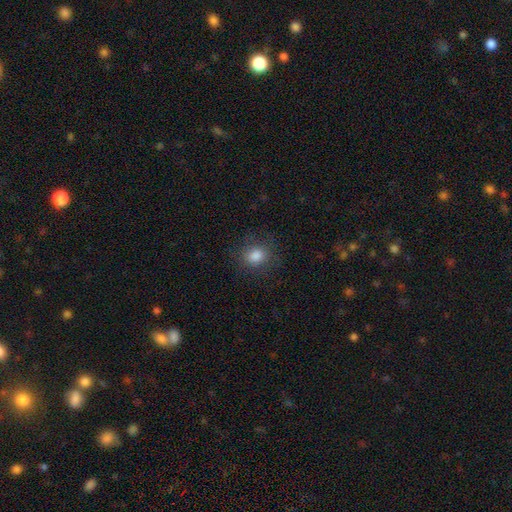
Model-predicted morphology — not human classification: Overall: smooth (83%). How rounded: round (73%). Merging: none (82%).